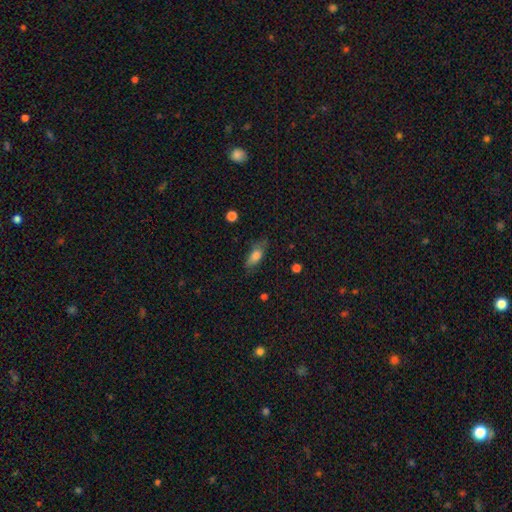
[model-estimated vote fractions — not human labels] Smooth or featured? Predicted: smooth (p=0.77). How rounded? Predicted: in between (p=0.77). Merging? Predicted: none (p=0.69).